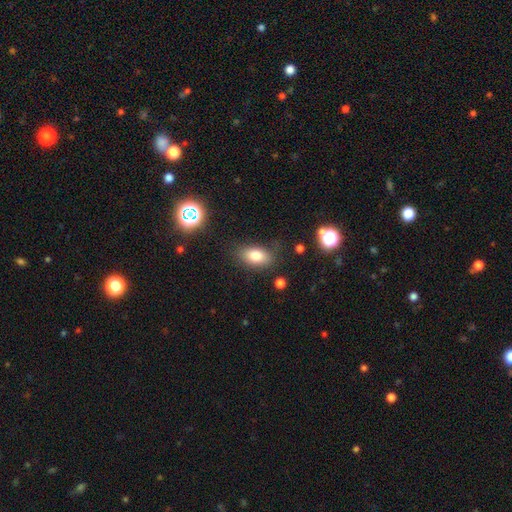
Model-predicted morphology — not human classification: Overall: smooth (79%). How rounded: in between (87%). Merging: none (79%).